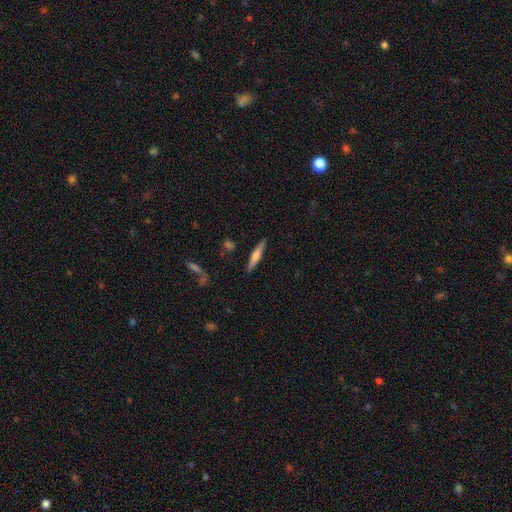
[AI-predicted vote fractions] This is possibly a featured or disk galaxy (49%). Merging: clearly none (89%).